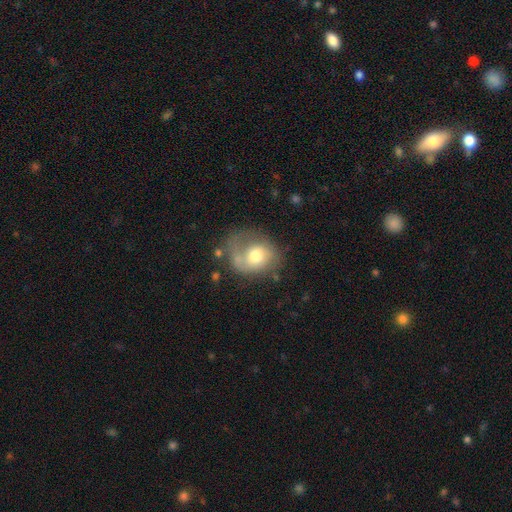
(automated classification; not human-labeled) Morphology: type=smooth (49%); merging=none (35%).